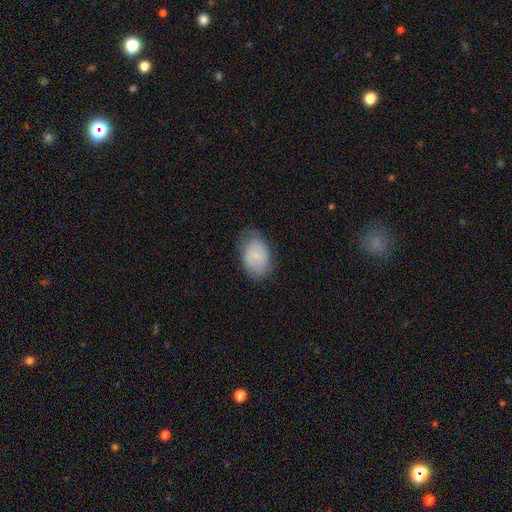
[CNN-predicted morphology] type=smooth (64%); roundness=in between (84%); merging=none (66%).